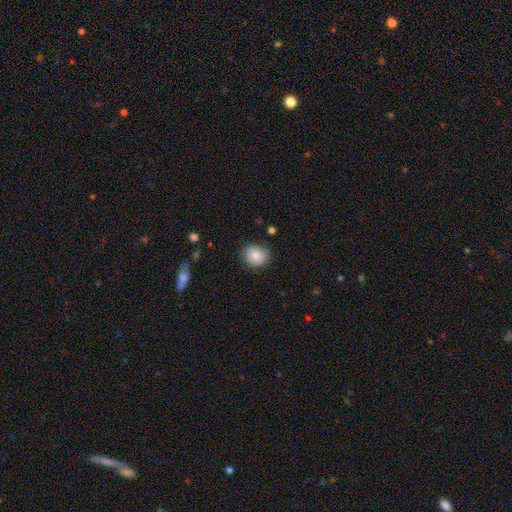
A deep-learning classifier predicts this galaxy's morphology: smooth_or_featured: smooth (p=0.85) [alt: star or artifact p=0.08]
how_rounded: round (p=0.70) [alt: in between p=0.29]
merging: none (p=0.83) [alt: minor disturbance p=0.13]